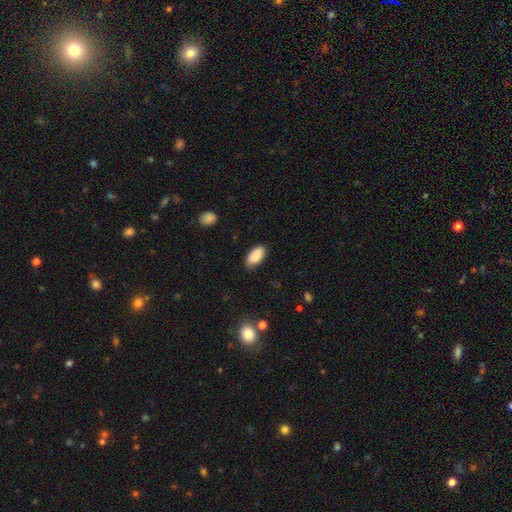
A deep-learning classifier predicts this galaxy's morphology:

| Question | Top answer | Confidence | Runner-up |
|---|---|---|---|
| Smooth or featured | smooth | 89% | star or artifact (7%) |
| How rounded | in between | 93% | cigar-shaped (4%) |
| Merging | none | 82% | minor disturbance (15%) |